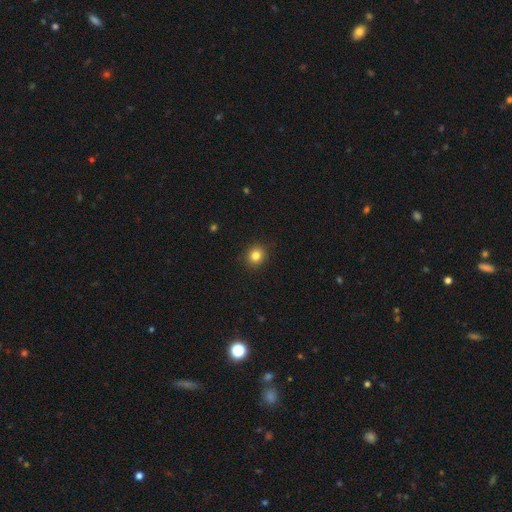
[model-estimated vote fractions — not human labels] Smooth or featured?
  - smooth: 83% *
  - star or artifact: 11%
  - featured or disk: 6%
How rounded?
  - round: 82% *
  - in between: 17%
  - cigar-shaped: 1%
Merging?
  - none: 91% *
  - minor disturbance: 6%
  - major disturbance: 2%
  - merger: 1%